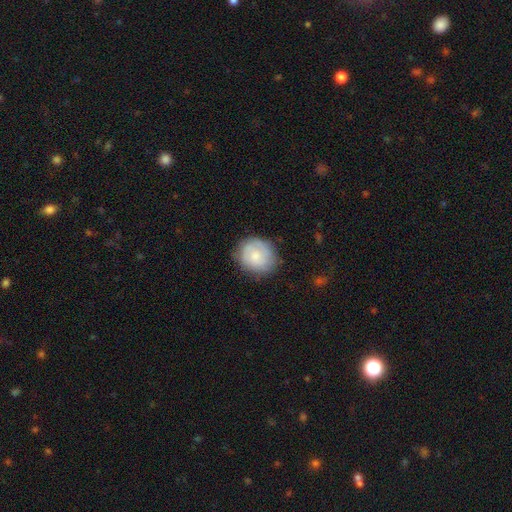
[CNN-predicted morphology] Smooth or featured? smooth (61%)
How rounded? round (77%)
Merging? none (74%)